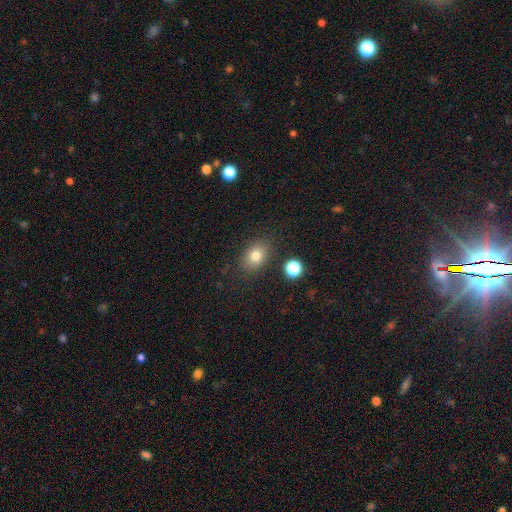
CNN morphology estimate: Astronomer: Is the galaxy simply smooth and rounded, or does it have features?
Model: smooth — 78%.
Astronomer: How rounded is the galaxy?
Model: in between — 71%.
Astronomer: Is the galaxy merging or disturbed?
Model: none — 83%.